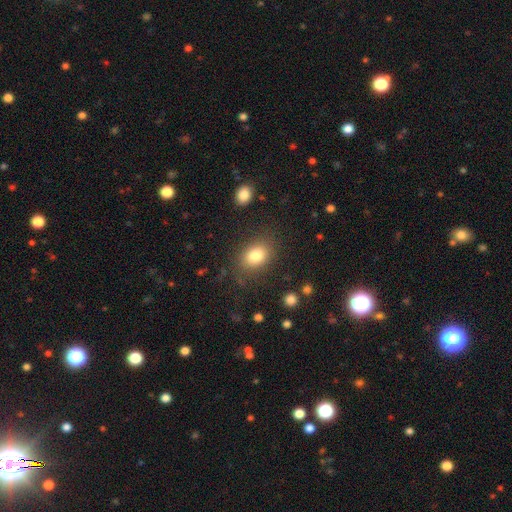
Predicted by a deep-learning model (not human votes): A smooth galaxy with no disk features (81%) that is in between round and cigar-shaped (68%).

Vote fractions:
- Smooth or featured? smooth: 81% / star or artifact: 10% / featured or disk: 9%
- How rounded? in between: 68% / round: 31% / cigar-shaped: 1%
- Merging? none: 80% / minor disturbance: 12% / major disturbance: 5% / merger: 2%